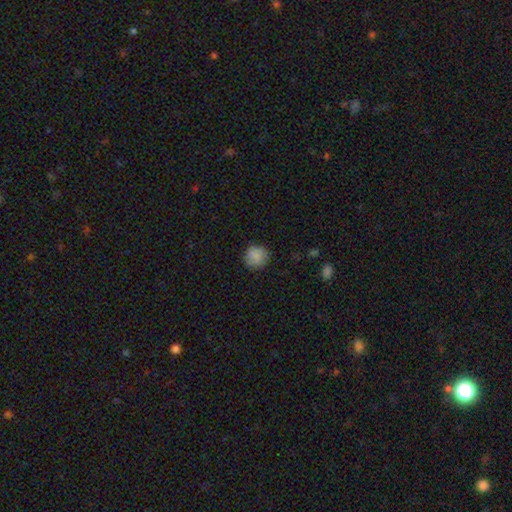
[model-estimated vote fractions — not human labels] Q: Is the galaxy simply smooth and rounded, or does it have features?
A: smooth — 85%.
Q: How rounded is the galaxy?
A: round — 88%.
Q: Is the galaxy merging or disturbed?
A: none — 83%.